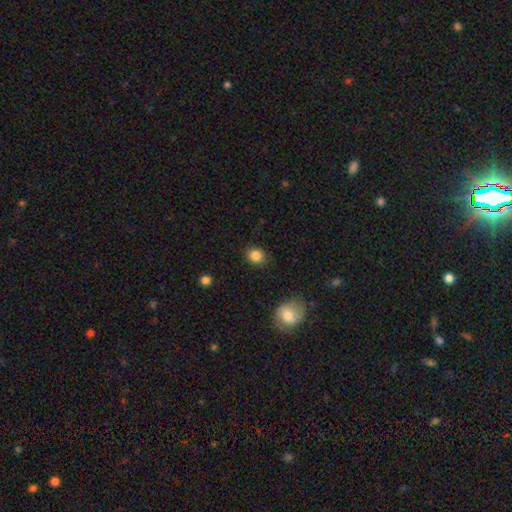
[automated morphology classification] Q: Smooth or featured?
A: smooth (86%); runner-up: star or artifact (10%)
Q: How rounded?
A: round (67%); runner-up: in between (32%)
Q: Merging?
A: none (87%); runner-up: minor disturbance (9%)